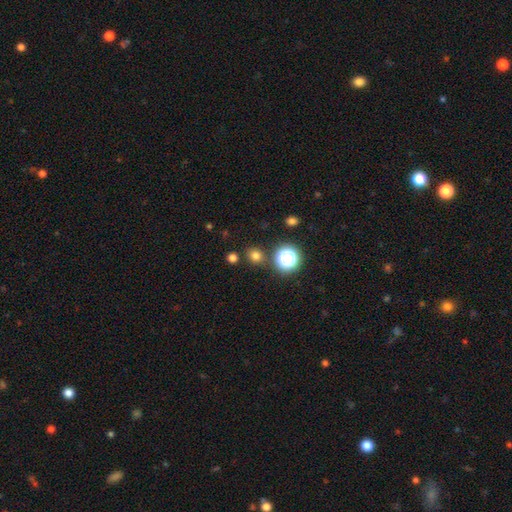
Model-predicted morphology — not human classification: The model was most divided on "smooth or featured": smooth: 74%, star or artifact: 21%, featured or disk: 5%. More confident: merging — none (85%); how rounded — round (83%).